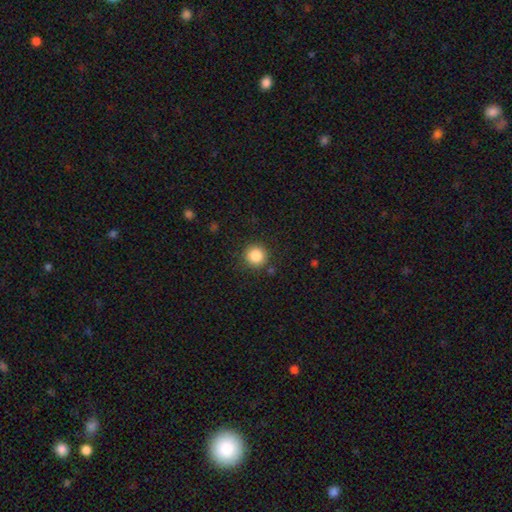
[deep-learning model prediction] Overall: smooth (86%). How rounded: round (94%). Merging: none (89%).